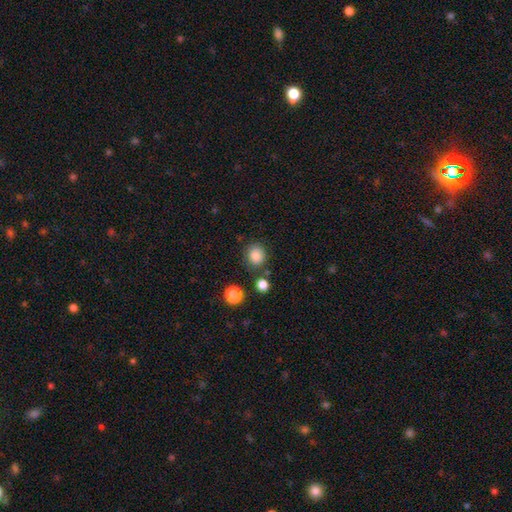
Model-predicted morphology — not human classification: smooth-or-featured: smooth: 83% | star or artifact: 11% | featured or disk: 6%
  how-rounded: round: 85% | in between: 14% | cigar-shaped: 1%
  merging: none: 79% | minor disturbance: 11% | merger: 6% | major disturbance: 3%